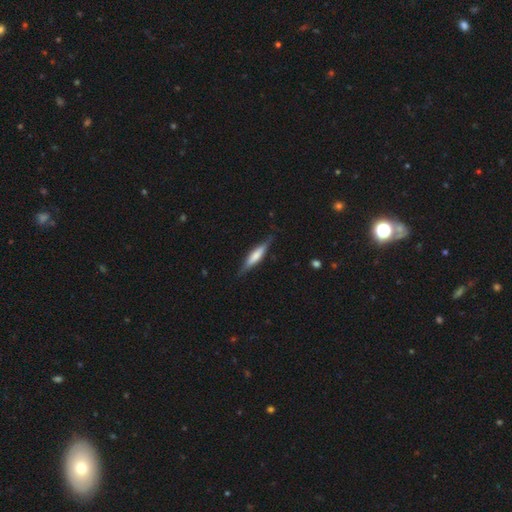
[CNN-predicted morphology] smooth_or_featured: smooth (p=0.51) [alt: featured or disk p=0.43]
how_rounded: cigar-shaped (p=0.82) [alt: in between p=0.16]
merging: none (p=0.81) [alt: minor disturbance p=0.14]